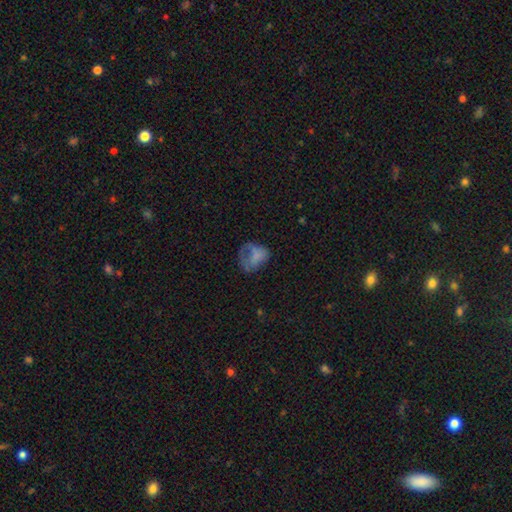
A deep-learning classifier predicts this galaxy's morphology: The model was most divided on "merging": major disturbance: 38%, none: 33%, minor disturbance: 25%, merger: 4%. More confident: smooth or featured — smooth (63%); how rounded — in between (53%).